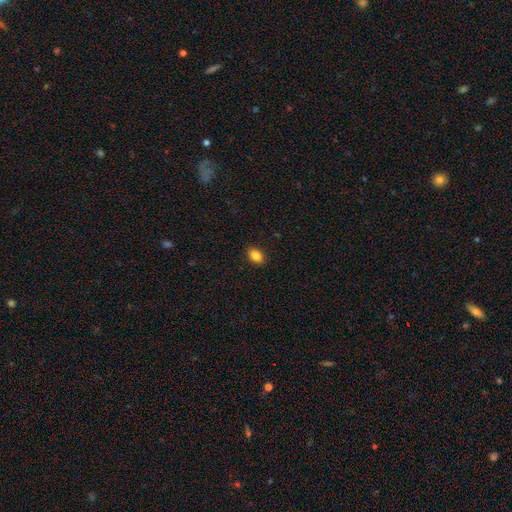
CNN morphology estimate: Smooth or featured: smooth — 86% (star or artifact — 9%)
How rounded: in between — 83% (round — 15%)
Merging: none — 90% (minor disturbance — 7%)